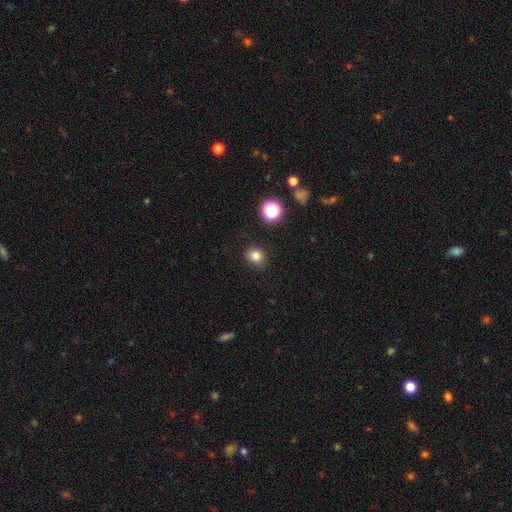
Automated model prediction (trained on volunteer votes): Morphology: type=smooth (81%); roundness=round (74%); merging=none (86%).